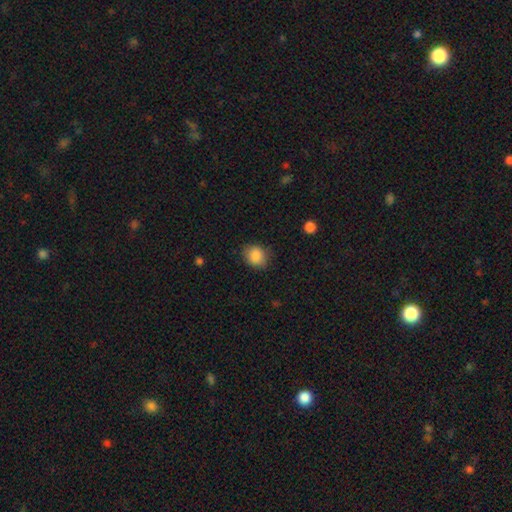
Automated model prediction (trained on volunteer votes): Q: Smooth or featured?
A: smooth (87%); runner-up: star or artifact (9%)
Q: How rounded?
A: round (66%); runner-up: in between (33%)
Q: Merging?
A: none (83%); runner-up: minor disturbance (13%)